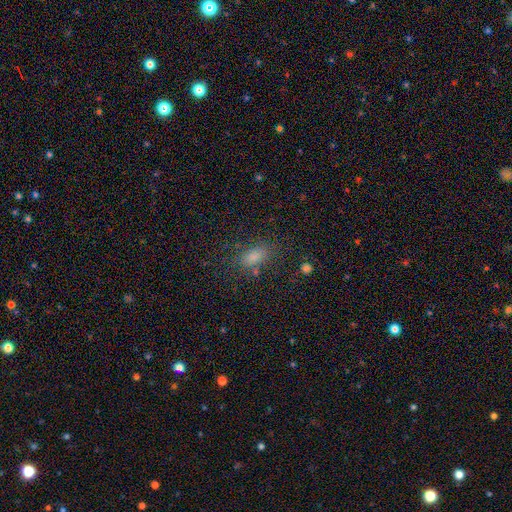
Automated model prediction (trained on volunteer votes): smooth-or-featured: smooth: 74% | star or artifact: 18% | featured or disk: 8%
  how-rounded: in between: 81% | round: 10% | cigar-shaped: 9%
  merging: none: 78% | minor disturbance: 13% | major disturbance: 5% | merger: 4%